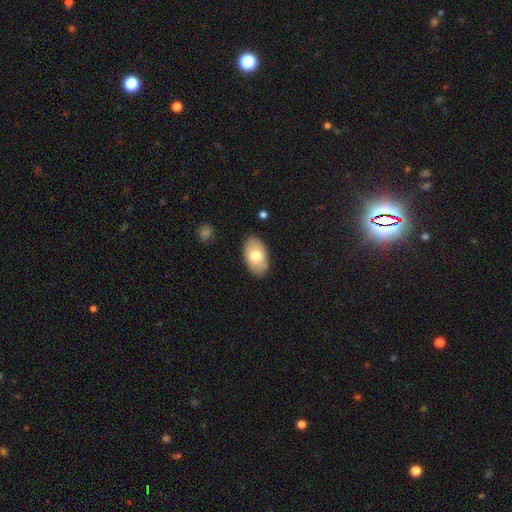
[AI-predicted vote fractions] A smooth galaxy with no disk features (77%) that is in between round and cigar-shaped (94%). Merging: none (87%).